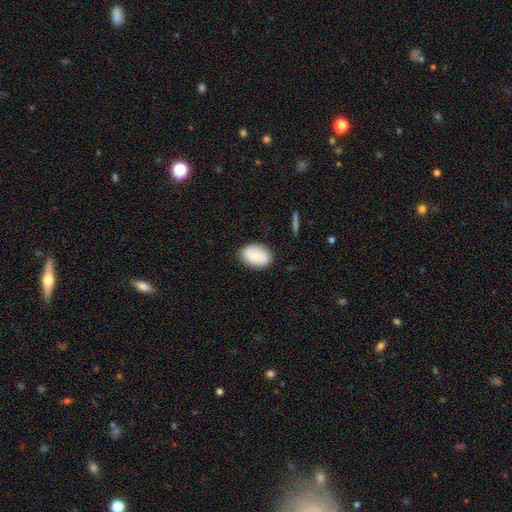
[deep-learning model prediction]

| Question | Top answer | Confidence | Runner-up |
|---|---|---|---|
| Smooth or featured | smooth | 60% | featured or disk (33%) |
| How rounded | in between | 81% | round (17%) |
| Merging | none | 83% | minor disturbance (12%) |